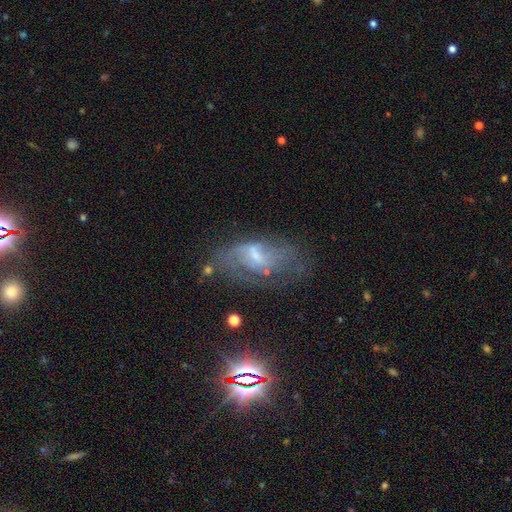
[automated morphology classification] The model was most divided on "bar": weak: 49%, no: 36%, strong: 15%. Remaining: edge-on disk — no (93%); smooth or featured — featured or disk (62%); spiral arms — yes (59%); bulge size — small (48%); merging — none (43%).